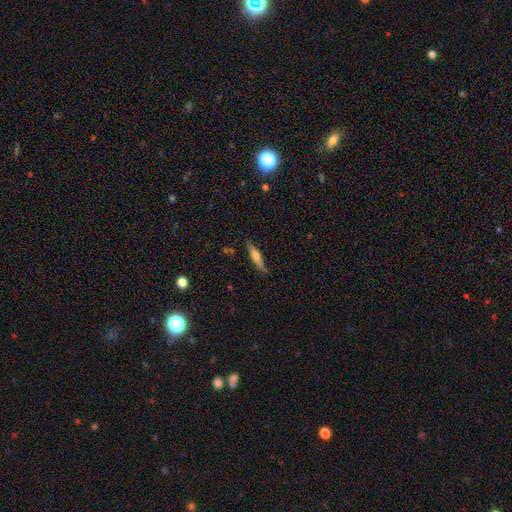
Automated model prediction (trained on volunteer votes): A smooth galaxy with no disk features (54%) that is cigar-shaped (85%).

Vote fractions:
- Smooth or featured? smooth: 54% / featured or disk: 40% / star or artifact: 7%
- How rounded? cigar-shaped: 85% / in between: 13% / round: 2%
- Merging? none: 81% / minor disturbance: 15% / major disturbance: 3% / merger: 2%